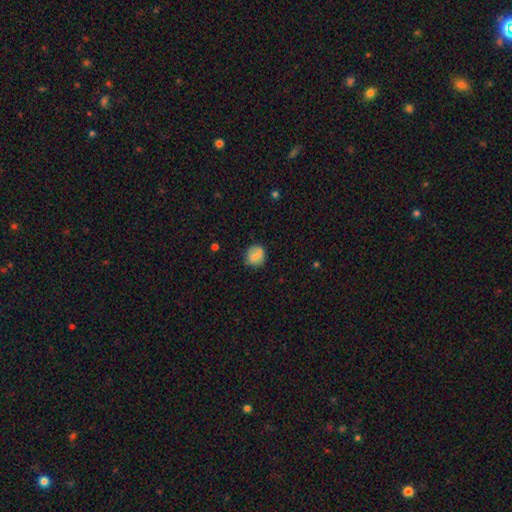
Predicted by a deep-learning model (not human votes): Q: Smooth or featured?
A: smooth (70%); runner-up: featured or disk (22%)
Q: How rounded?
A: round (78%); runner-up: in between (21%)
Q: Merging?
A: none (65%); runner-up: minor disturbance (19%)